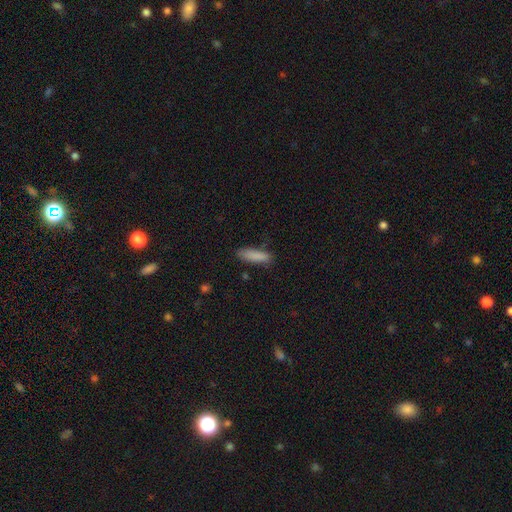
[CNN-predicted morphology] This appears to be a smooth galaxy with no disk features (87%) that is cigar-shaped (61%). Merging: none (75%).